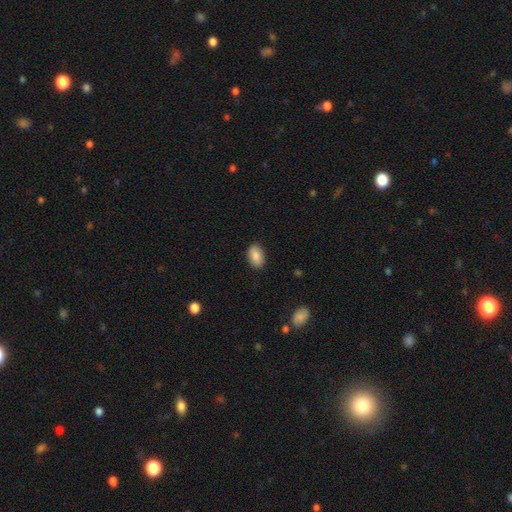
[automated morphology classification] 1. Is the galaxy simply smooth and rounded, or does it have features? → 87% smooth, 7% star or artifact, 6% featured or disk.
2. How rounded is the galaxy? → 91% in between, 7% round, 2% cigar-shaped.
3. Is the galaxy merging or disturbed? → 88% none, 9% minor disturbance, 2% major disturbance, 1% merger.